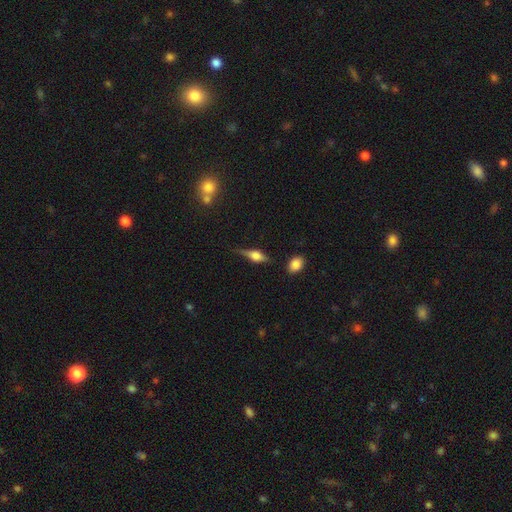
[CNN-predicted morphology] Overall: featured or disk (55%; smooth 36%). Edge-on disk: yes (93%). Edge-on bulge: rounded (90%). Merging: none (65%).